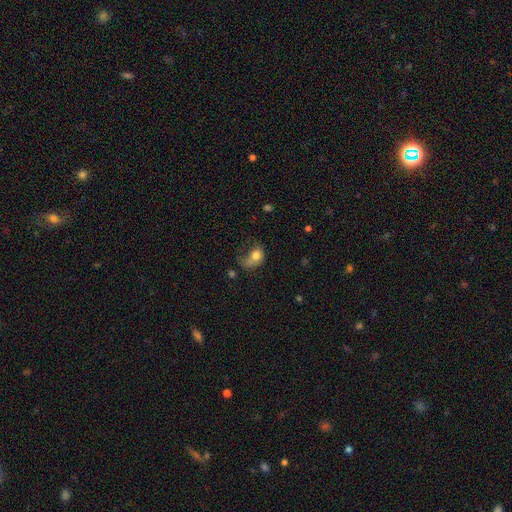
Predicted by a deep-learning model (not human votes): smooth-or-featured: smooth: 72% | featured or disk: 19% | star or artifact: 10%
  how-rounded: in between: 61% | round: 37% | cigar-shaped: 2%
  merging: major disturbance: 48% | minor disturbance: 22% | none: 21% | merger: 9%